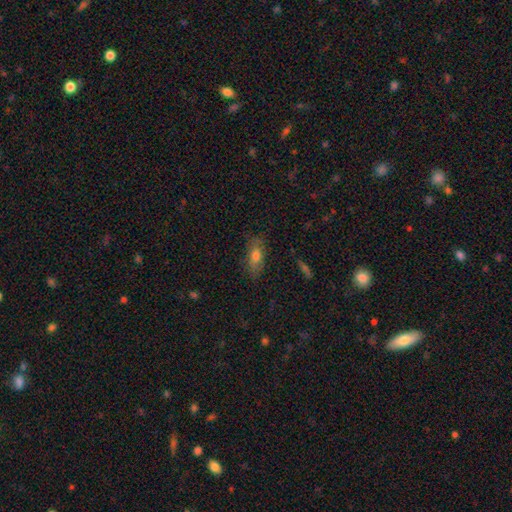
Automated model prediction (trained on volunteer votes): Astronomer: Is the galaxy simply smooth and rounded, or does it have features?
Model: smooth — 67%.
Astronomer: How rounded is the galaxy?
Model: in between — 74%.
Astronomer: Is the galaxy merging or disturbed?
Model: none — 82%.